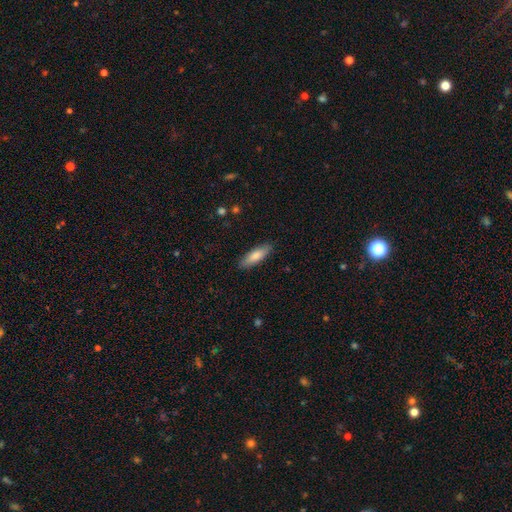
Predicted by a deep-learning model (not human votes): The model was most divided on "how rounded": in between: 51%, cigar-shaped: 47%, round: 2%. More confident: merging — none (87%); smooth or featured — smooth (79%).